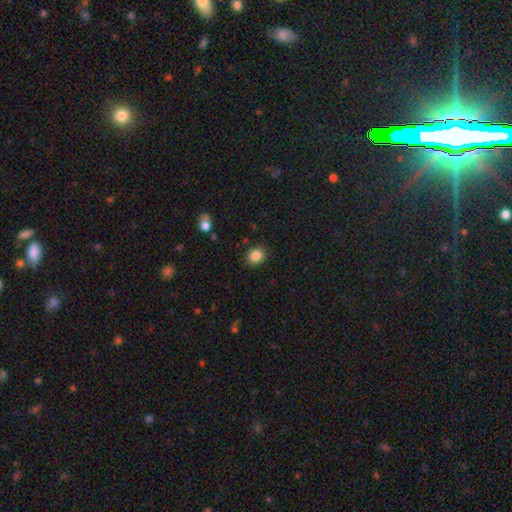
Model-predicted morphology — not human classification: Overall: smooth (84%). How rounded: round (72%). Merging: none (87%).